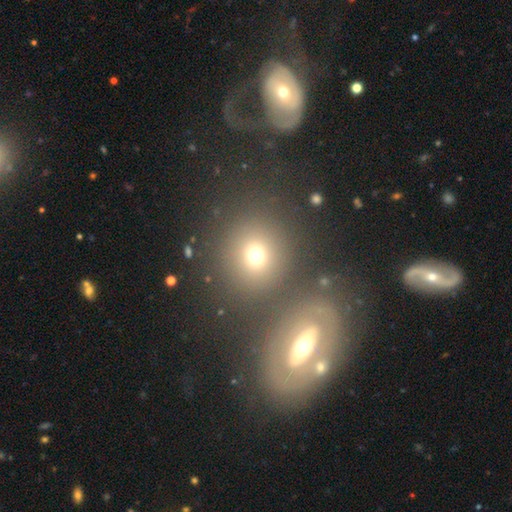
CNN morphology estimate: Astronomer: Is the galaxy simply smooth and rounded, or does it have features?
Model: smooth — 70%.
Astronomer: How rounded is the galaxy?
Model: round — 87%.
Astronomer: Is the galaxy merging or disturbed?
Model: none — 70%.